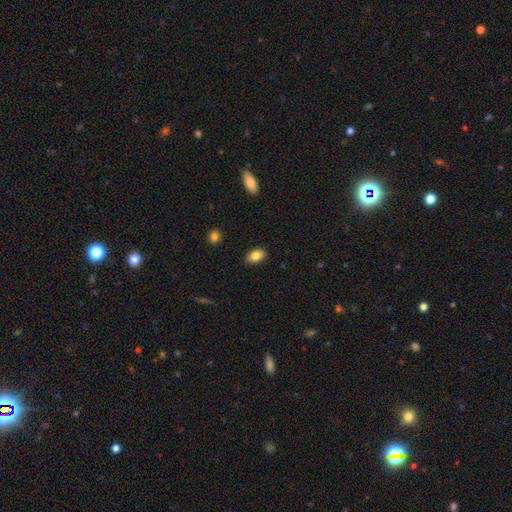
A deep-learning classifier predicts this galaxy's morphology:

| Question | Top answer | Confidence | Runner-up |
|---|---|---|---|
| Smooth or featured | smooth | 81% | featured or disk (11%) |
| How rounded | in between | 88% | round (10%) |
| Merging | none | 87% | minor disturbance (10%) |